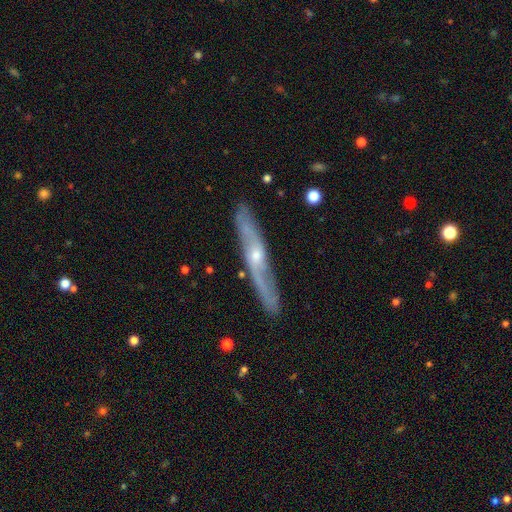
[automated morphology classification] Smooth or featured? Predicted: featured or disk (p=0.75). Edge-on disk? Predicted: yes (p=0.58). Merging? Predicted: none (p=0.83).